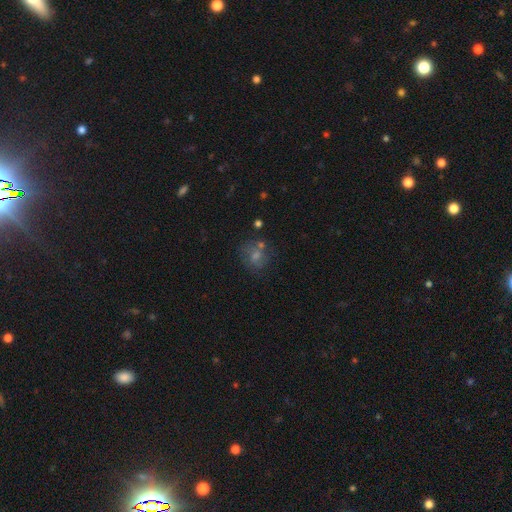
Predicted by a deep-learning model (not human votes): smooth-or-featured: smooth: 44% | featured or disk: 29% | star or artifact: 28%
  merging: none: 65% | minor disturbance: 16% | merger: 11% | major disturbance: 8%